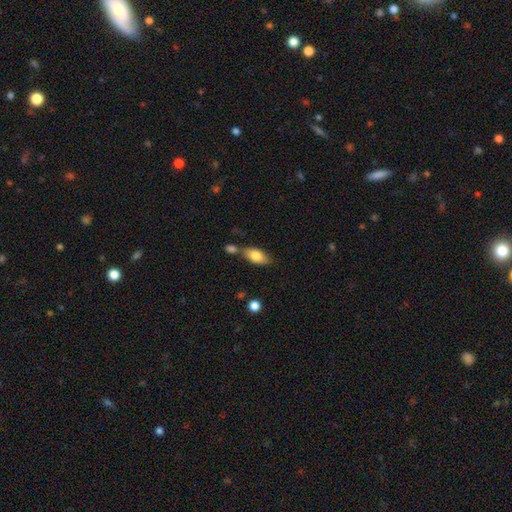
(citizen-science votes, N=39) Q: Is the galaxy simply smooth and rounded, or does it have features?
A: smooth — 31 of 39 (79%).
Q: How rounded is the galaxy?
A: in between — 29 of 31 (94%).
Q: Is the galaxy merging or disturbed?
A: none — 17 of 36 (47%).